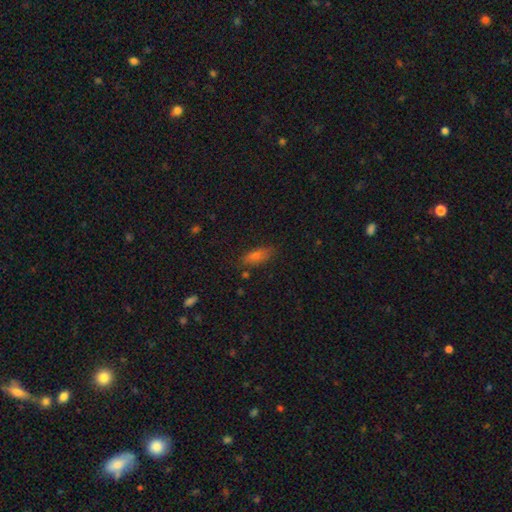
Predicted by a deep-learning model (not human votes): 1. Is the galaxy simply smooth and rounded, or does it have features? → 65% smooth, 21% featured or disk, 15% star or artifact.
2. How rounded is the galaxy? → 65% in between, 30% cigar-shaped, 5% round.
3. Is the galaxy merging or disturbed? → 81% none, 14% minor disturbance, 3% major disturbance, 2% merger.